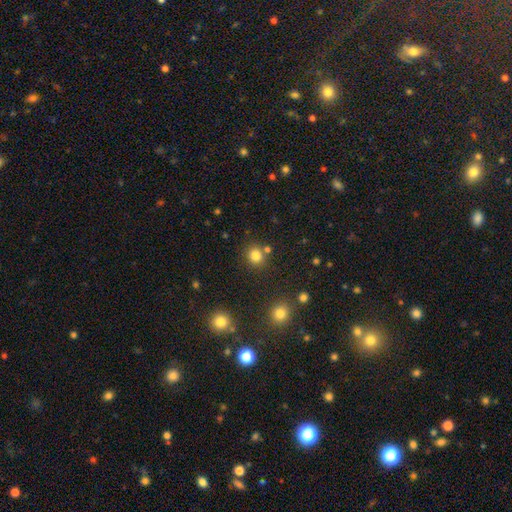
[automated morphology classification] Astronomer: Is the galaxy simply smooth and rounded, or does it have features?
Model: smooth — 81%.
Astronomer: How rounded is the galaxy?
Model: round — 86%.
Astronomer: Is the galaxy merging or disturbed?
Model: none — 78%.